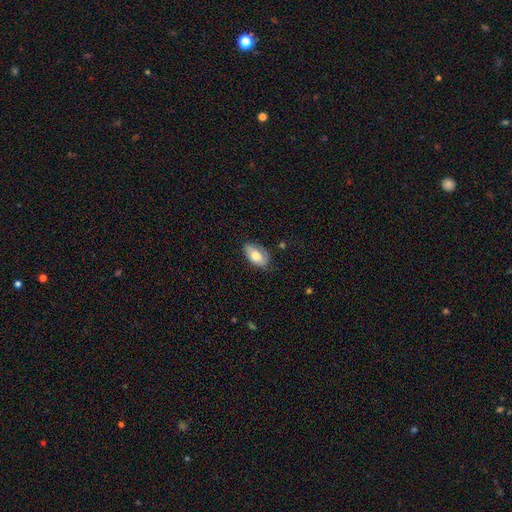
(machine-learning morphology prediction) smooth_or_featured: smooth (p=0.64) [alt: featured or disk p=0.30]
how_rounded: in between (p=0.92) [alt: round p=0.05]
merging: none (p=0.62) [alt: minor disturbance p=0.28]